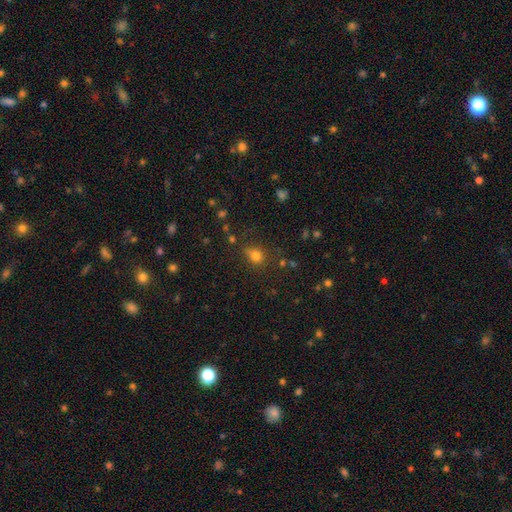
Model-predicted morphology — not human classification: Smooth or featured? smooth (75%)
How rounded? round (71%)
Merging? none (64%)